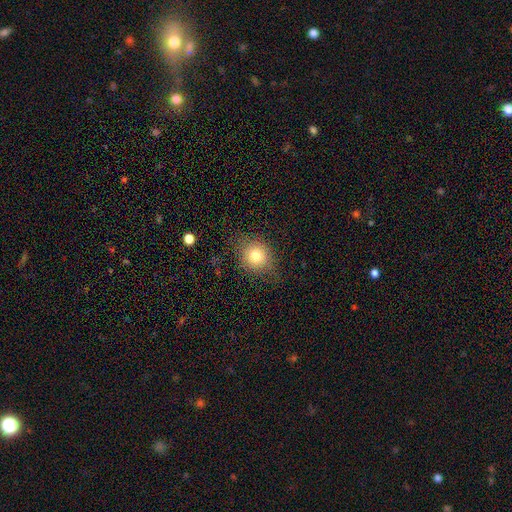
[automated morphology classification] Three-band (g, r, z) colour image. It shows a smooth galaxy with no disk features (75%) that is round (81%). Merging: none (76%).